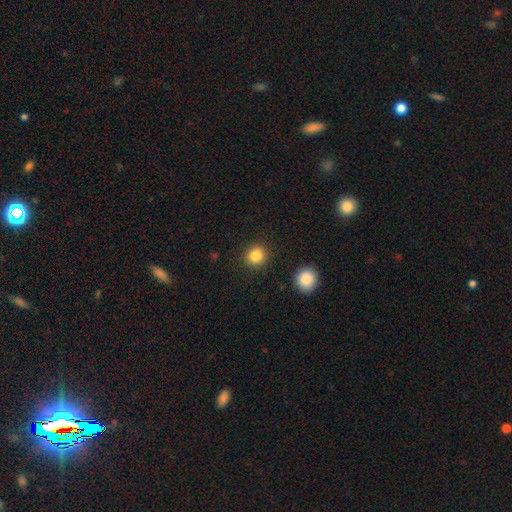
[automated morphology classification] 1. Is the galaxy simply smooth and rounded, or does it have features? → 84% smooth, 11% star or artifact, 5% featured or disk.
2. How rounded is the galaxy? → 89% round, 11% in between, 1% cigar-shaped.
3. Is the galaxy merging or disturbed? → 89% none, 7% minor disturbance, 2% major disturbance, 2% merger.